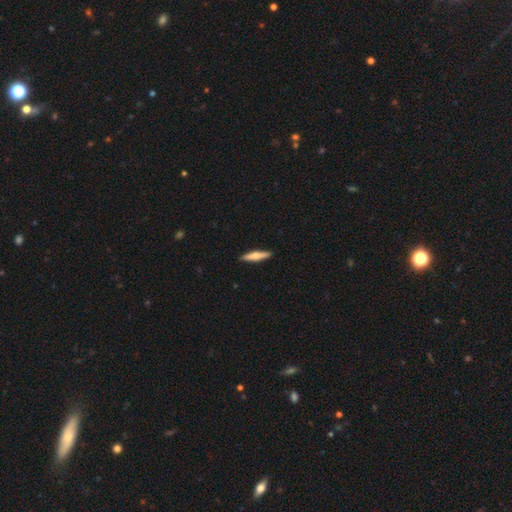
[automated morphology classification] Smooth or featured?
  - smooth: 56% *
  - featured or disk: 39%
  - star or artifact: 5%
How rounded?
  - cigar-shaped: 85% *
  - in between: 13%
  - round: 2%
Merging?
  - none: 91% *
  - minor disturbance: 7%
  - major disturbance: 1%
  - merger: 1%